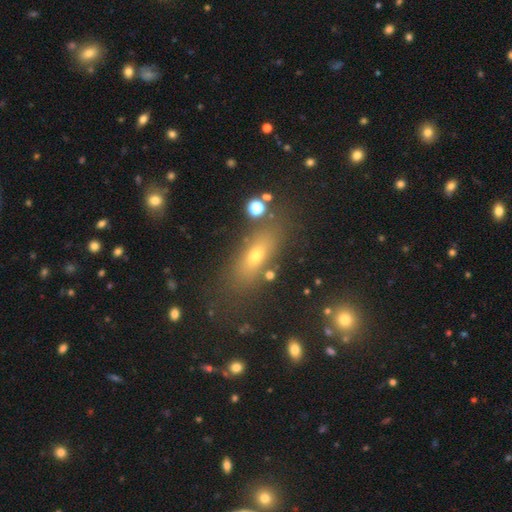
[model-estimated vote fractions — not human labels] Q: Smooth or featured?
A: smooth (57%); runner-up: star or artifact (22%)
Q: How rounded?
A: in between (62%); runner-up: cigar-shaped (29%)
Q: Merging?
A: none (75%); runner-up: minor disturbance (12%)